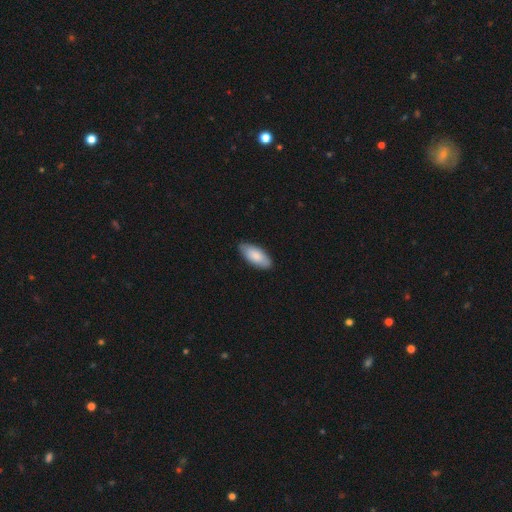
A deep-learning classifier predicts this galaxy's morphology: This is clearly a smooth galaxy (84%). How rounded: clearly in between (88%). Merging: clearly none (85%).